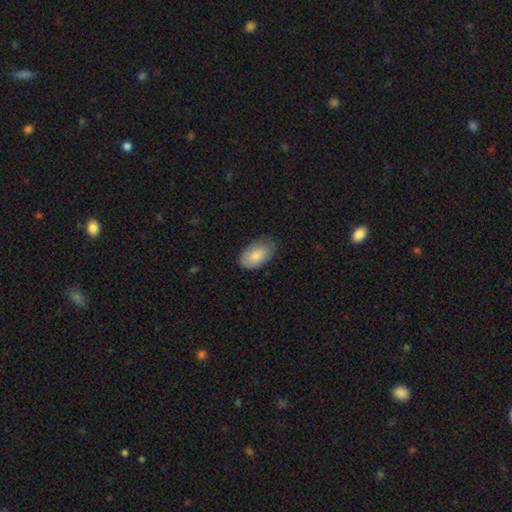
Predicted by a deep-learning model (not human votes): Smooth or featured? smooth (85%)
How rounded? in between (94%)
Merging? none (71%)